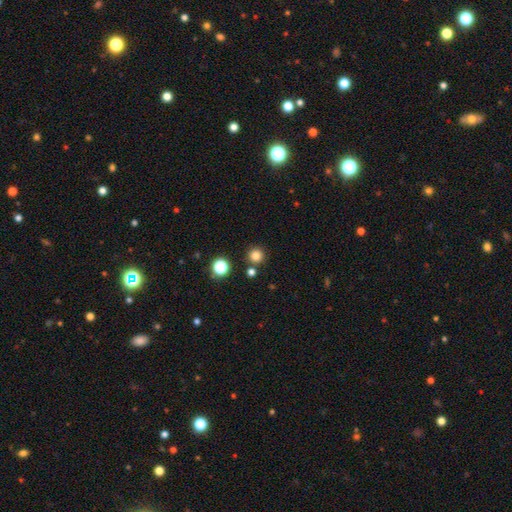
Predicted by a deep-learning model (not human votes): Smooth or featured?
  - smooth: 81% *
  - star or artifact: 15%
  - featured or disk: 5%
How rounded?
  - round: 95% *
  - in between: 4%
  - cigar-shaped: 1%
Merging?
  - none: 86% *
  - merger: 6%
  - minor disturbance: 6%
  - major disturbance: 2%